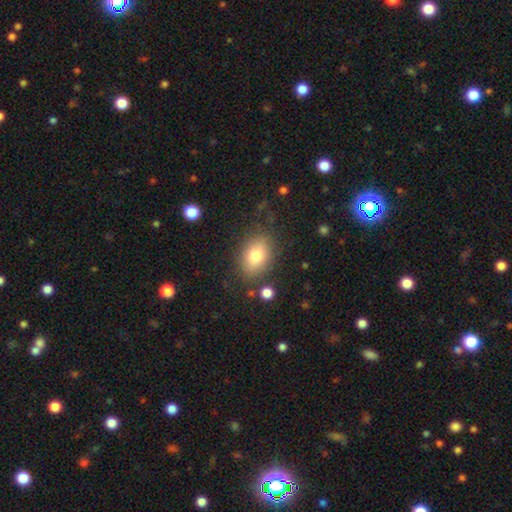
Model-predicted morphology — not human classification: type=smooth (78%); roundness=in between (76%); merging=none (79%).